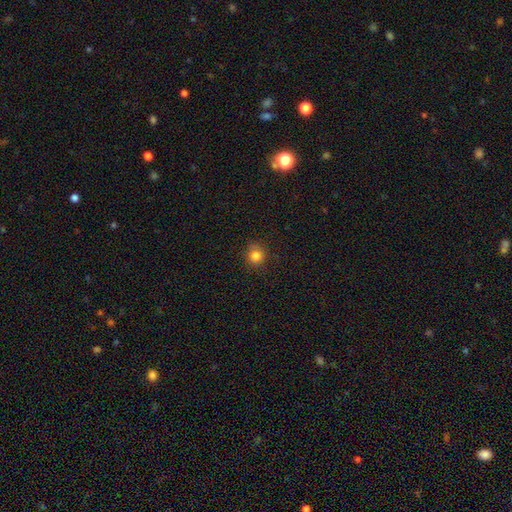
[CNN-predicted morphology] smooth-or-featured: smooth: 82% | star or artifact: 13% | featured or disk: 5%
  how-rounded: round: 90% | in between: 9% | cigar-shaped: 1%
  merging: none: 84% | minor disturbance: 12% | major disturbance: 3% | merger: 1%